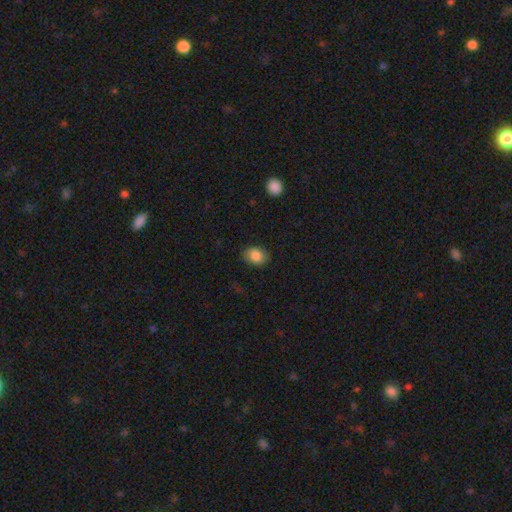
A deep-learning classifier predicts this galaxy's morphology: Overall: smooth (85%). How rounded: in between (68%; round 31%). Merging: none (82%).